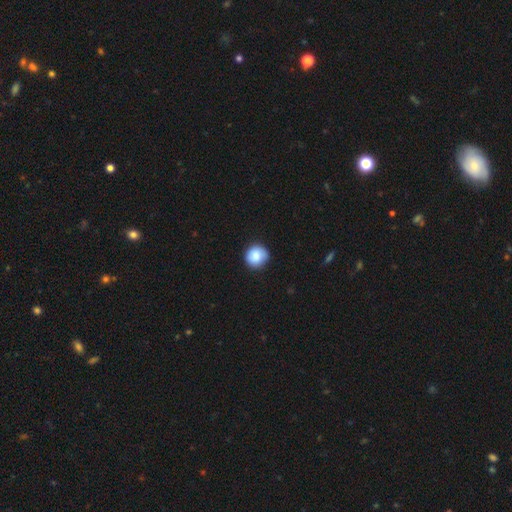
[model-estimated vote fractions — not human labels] smooth-or-featured: smooth: 86% | star or artifact: 8% | featured or disk: 7%
  how-rounded: round: 91% | in between: 8% | cigar-shaped: 1%
  merging: none: 86% | minor disturbance: 11% | major disturbance: 2% | merger: 1%